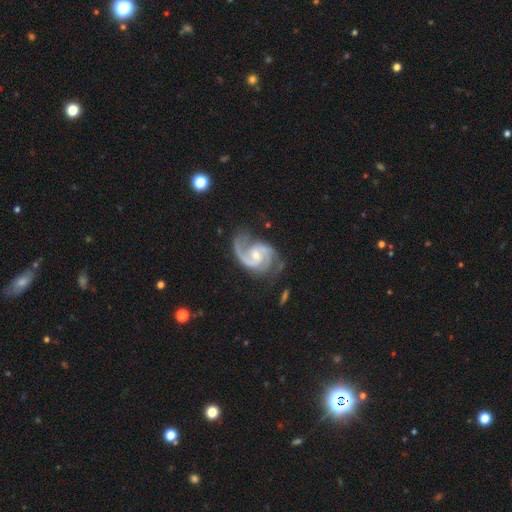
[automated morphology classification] Smooth or featured? featured or disk (92%)
Edge-on disk? no (98%)
Bar? no (46%)
Spiral arms? yes (98%)
Spiral winding? medium (58%)
Spiral arm count? 2 (73%)
Bulge size? small (48%)
Merging? none (65%)